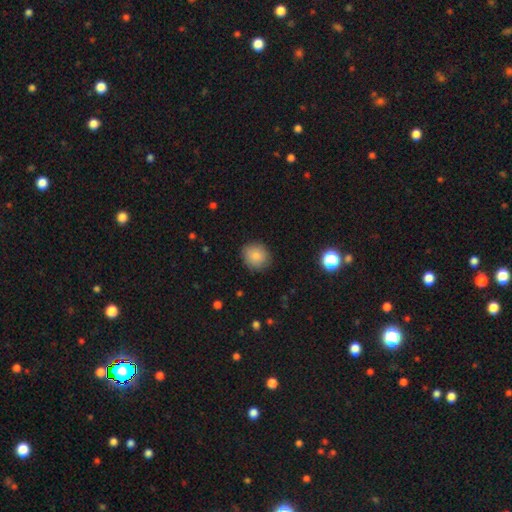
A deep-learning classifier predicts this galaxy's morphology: Smooth or featured?
  - smooth: 84% *
  - star or artifact: 9%
  - featured or disk: 7%
How rounded?
  - round: 82% *
  - in between: 17%
  - cigar-shaped: 1%
Merging?
  - none: 86% *
  - minor disturbance: 11%
  - major disturbance: 3%
  - merger: 1%